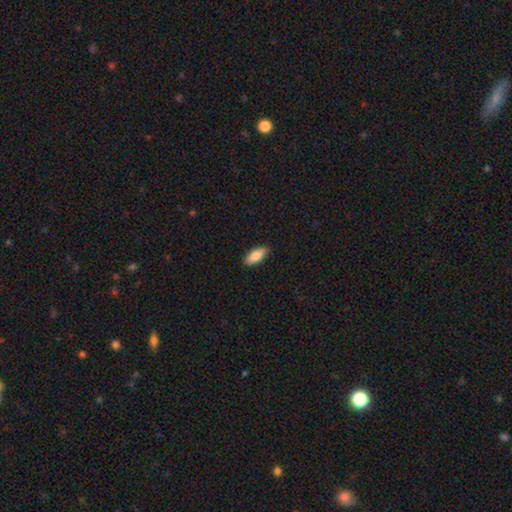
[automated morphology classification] The model was most divided on "how rounded": in between: 80%, cigar-shaped: 17%, round: 2%. More confident: merging — none (90%); smooth or featured — smooth (82%).